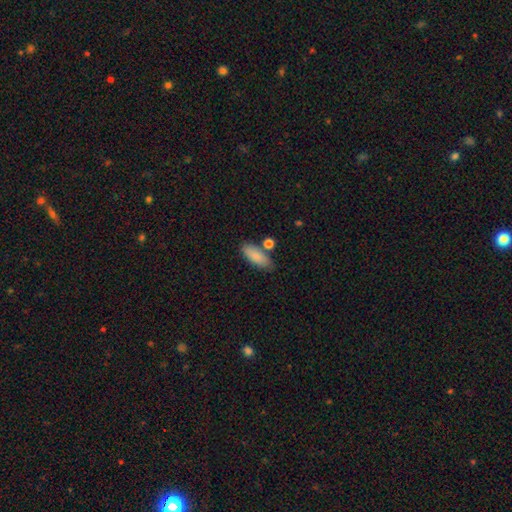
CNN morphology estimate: smooth_or_featured: smooth (p=0.87) [alt: featured or disk p=0.07]
how_rounded: in between (p=0.75) [alt: cigar-shaped p=0.22]
merging: none (p=0.72) [alt: minor disturbance p=0.14]